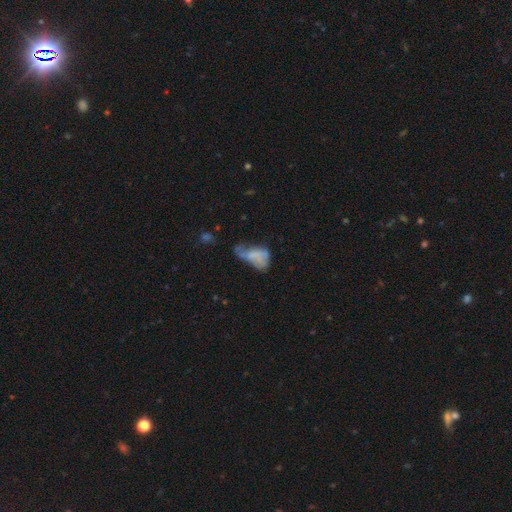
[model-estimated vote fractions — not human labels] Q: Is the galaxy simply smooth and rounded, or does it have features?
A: smooth — 52%.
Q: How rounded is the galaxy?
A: in between — 89%.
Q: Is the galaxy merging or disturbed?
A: major disturbance — 40%.